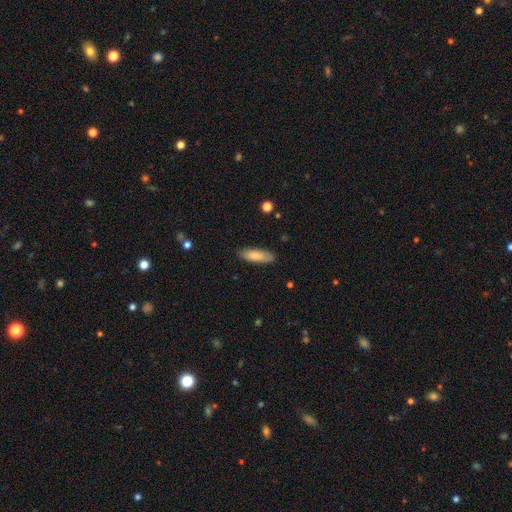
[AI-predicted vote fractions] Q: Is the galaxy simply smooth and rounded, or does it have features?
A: smooth — 82%.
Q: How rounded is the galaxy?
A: in between — 56%.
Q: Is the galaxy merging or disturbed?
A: none — 86%.